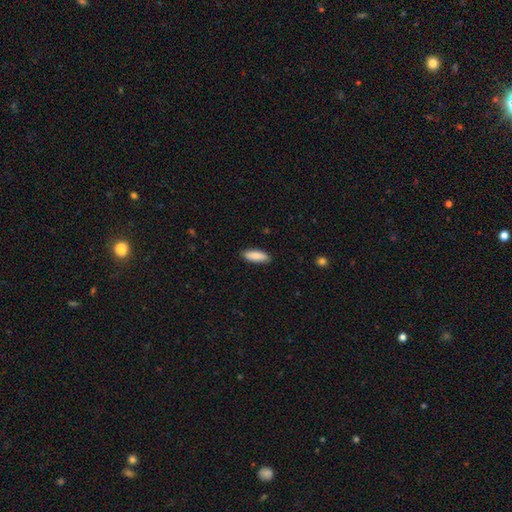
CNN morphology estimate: A smooth galaxy with no disk features (88%) that is in between round and cigar-shaped (63%). Merging: none (88%).